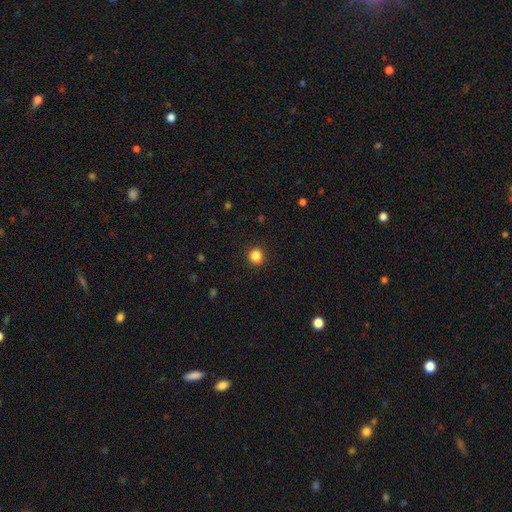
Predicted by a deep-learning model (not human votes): A smooth galaxy with no disk features (85%) that is round (92%). Merging: none (92%).